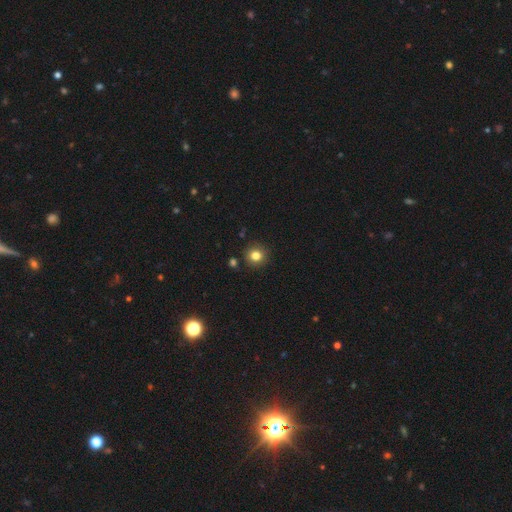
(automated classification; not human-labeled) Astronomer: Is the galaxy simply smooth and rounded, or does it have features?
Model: smooth — 81%.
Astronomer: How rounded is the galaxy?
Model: round — 91%.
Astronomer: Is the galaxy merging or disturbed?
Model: none — 88%.